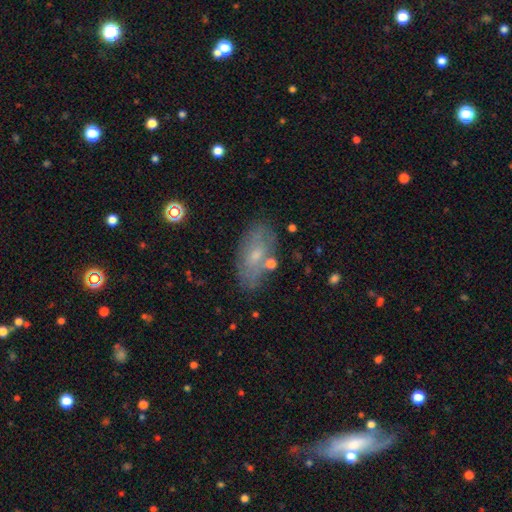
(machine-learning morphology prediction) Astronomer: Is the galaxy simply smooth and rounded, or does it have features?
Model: smooth — 54% (runner-up: featured or disk, 37%).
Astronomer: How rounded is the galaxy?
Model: in between — 88%.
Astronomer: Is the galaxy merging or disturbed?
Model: none — 75%.